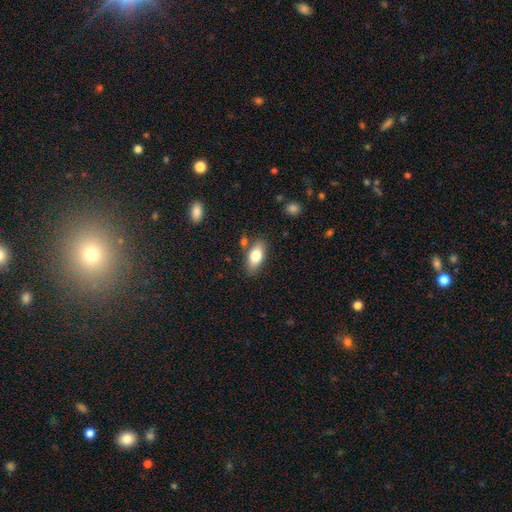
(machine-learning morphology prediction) A smooth galaxy with no disk features (79%) that is in between round and cigar-shaped (87%).

Vote fractions:
- Smooth or featured? smooth: 79% / featured or disk: 14% / star or artifact: 7%
- How rounded? in between: 87% / cigar-shaped: 9% / round: 4%
- Merging? none: 79% / minor disturbance: 13% / merger: 5% / major disturbance: 3%